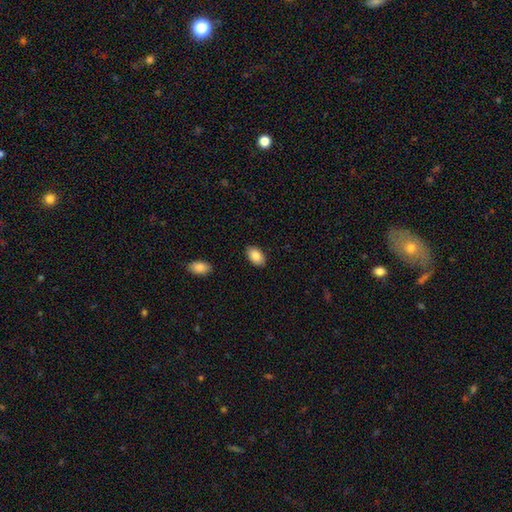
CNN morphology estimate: Smooth or featured? Predicted: smooth (p=0.85). How rounded? Predicted: in between (p=0.94). Merging? Predicted: none (p=0.88).